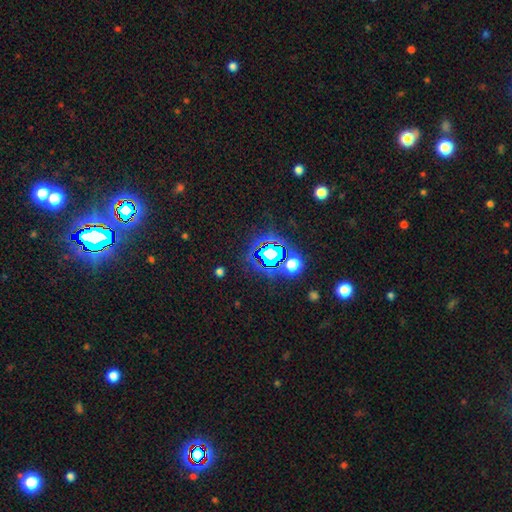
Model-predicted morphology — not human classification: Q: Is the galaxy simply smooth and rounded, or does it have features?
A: star or artifact — 81%.